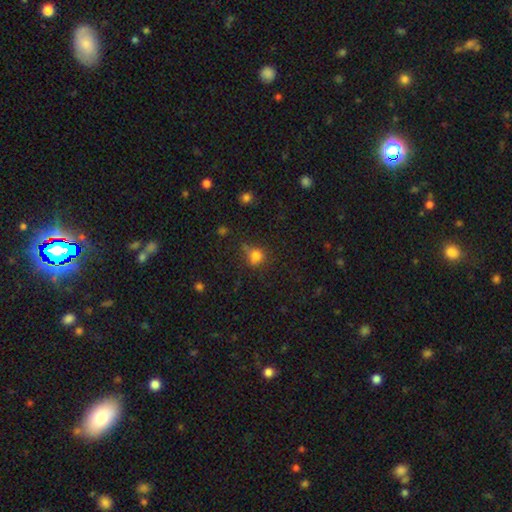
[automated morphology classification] A smooth galaxy with no disk features (76%) that is round (77%).

Vote fractions:
- Smooth or featured? smooth: 76% / star or artifact: 15% / featured or disk: 8%
- How rounded? round: 77% / in between: 22% / cigar-shaped: 1%
- Merging? none: 56% / minor disturbance: 24% / merger: 10% / major disturbance: 10%